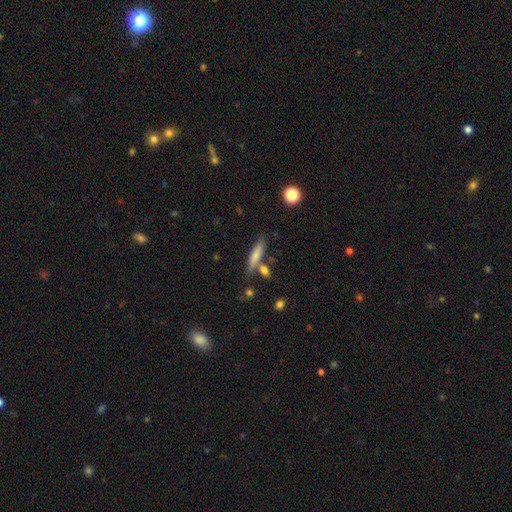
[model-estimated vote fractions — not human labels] Q: Smooth or featured?
A: smooth (72%); runner-up: featured or disk (21%)
Q: How rounded?
A: cigar-shaped (80%); runner-up: in between (18%)
Q: Merging?
A: none (70%); runner-up: merger (14%)